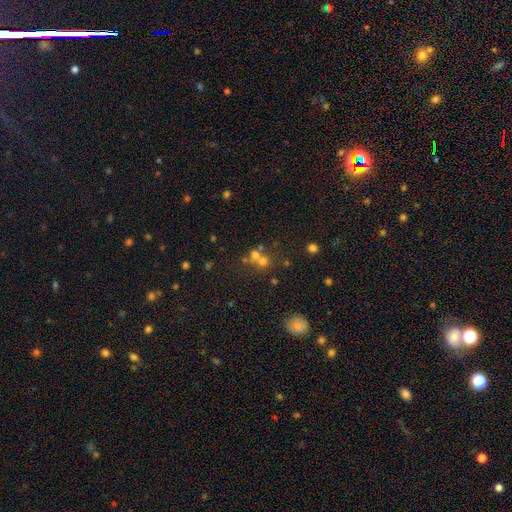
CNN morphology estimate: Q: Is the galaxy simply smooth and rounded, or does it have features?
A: smooth — 58%.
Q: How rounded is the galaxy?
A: round — 83%.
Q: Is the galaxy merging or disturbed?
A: merger — 48%.